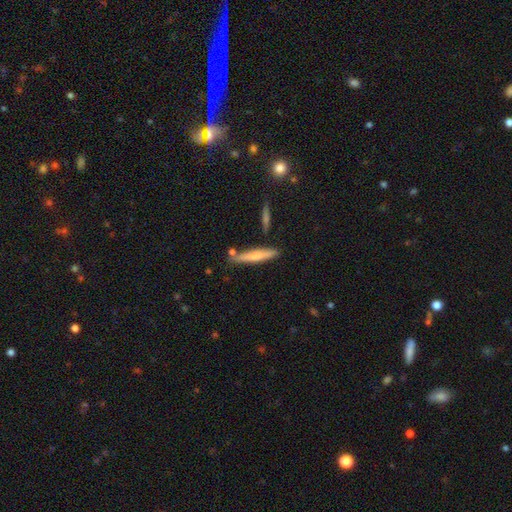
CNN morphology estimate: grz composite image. It shows a smooth galaxy with no disk features (65%) that is cigar-shaped (92%). Merging: none (80%).